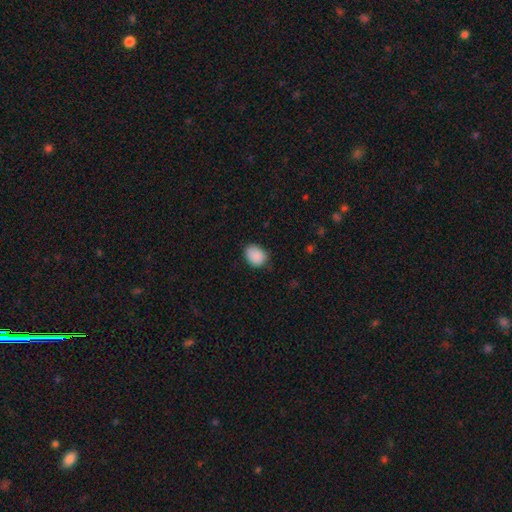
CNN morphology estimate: Smooth or featured? smooth (89%)
How rounded? in between (59%)
Merging? none (77%)